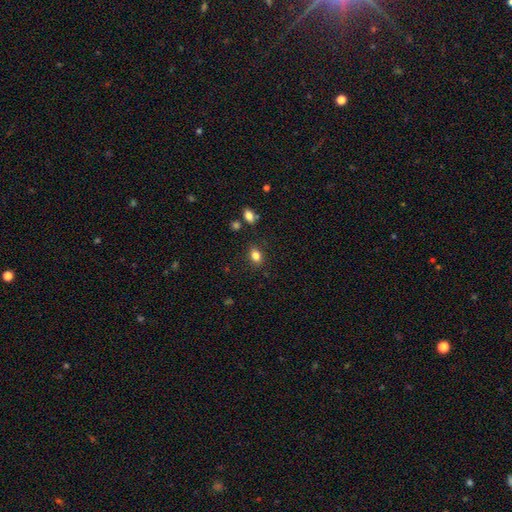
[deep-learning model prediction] This is clearly a smooth galaxy (83%). How rounded: likely in between (73%). Merging: clearly none (84%).